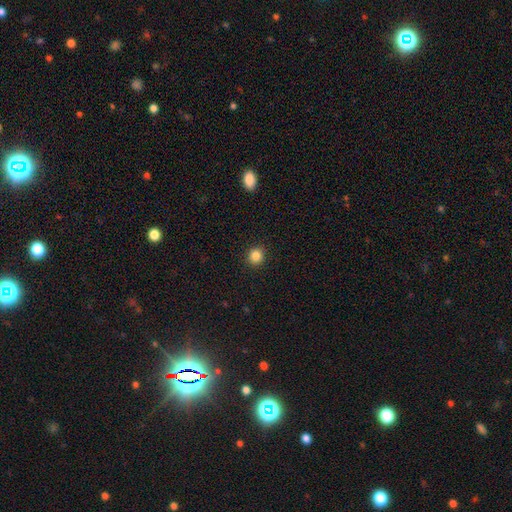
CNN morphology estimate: Overall: smooth (85%). How rounded: round (92%). Merging: none (93%).